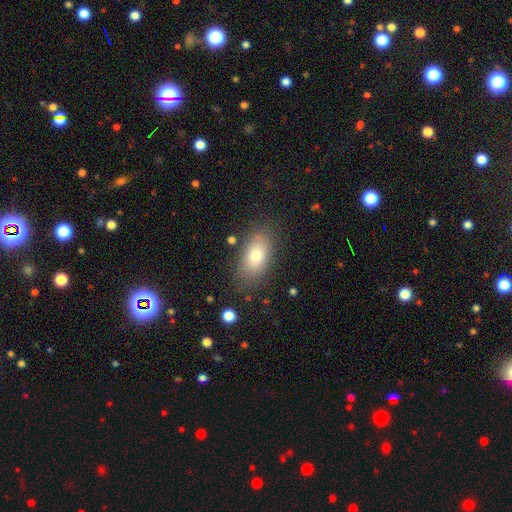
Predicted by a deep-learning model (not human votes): This appears to be a smooth galaxy with no disk features (75%) that is in between round and cigar-shaped (89%). Merging: none (79%).